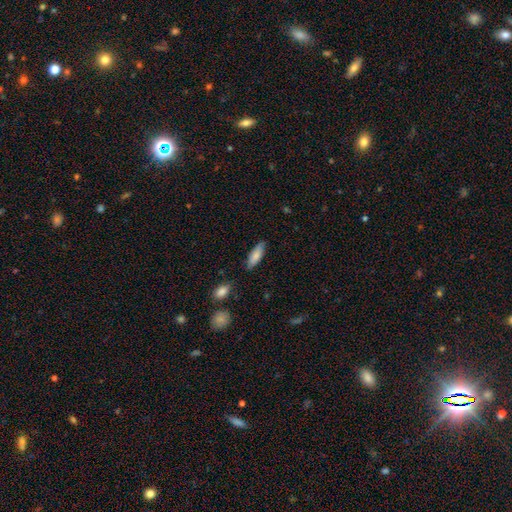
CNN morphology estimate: smooth-or-featured: smooth: 82% | featured or disk: 12% | star or artifact: 6%
  how-rounded: in between: 58% | cigar-shaped: 40% | round: 2%
  merging: none: 77% | minor disturbance: 17% | major disturbance: 3% | merger: 2%